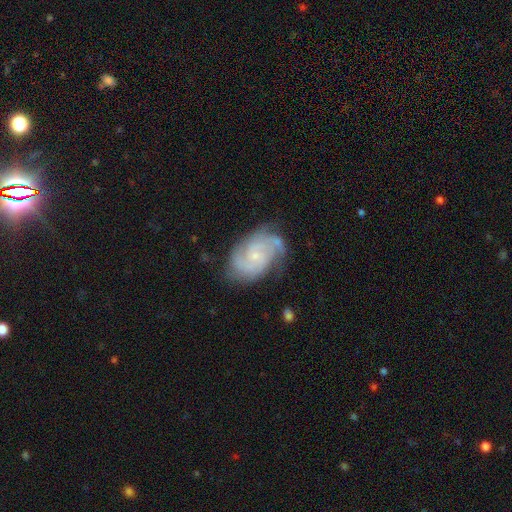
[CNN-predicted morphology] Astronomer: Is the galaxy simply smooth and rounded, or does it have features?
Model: featured or disk — 83%.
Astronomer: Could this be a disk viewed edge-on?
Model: no — 97%.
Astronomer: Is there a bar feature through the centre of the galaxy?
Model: no — 66%.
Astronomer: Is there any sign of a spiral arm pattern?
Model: yes — 96%.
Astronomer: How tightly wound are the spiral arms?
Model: tight — 49% (runner-up: medium, 40%).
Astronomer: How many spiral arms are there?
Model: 2 — 39% (runner-up: 3, 24%).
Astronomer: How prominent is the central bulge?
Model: small — 75%.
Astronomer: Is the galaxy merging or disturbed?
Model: none — 67%.